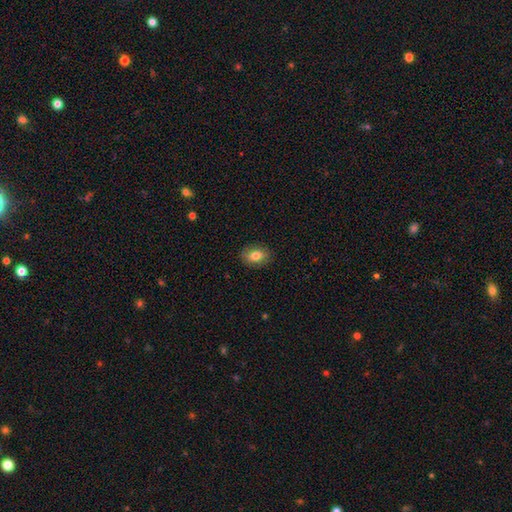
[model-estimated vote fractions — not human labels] Smooth or featured? smooth (78%)
How rounded? in between (74%)
Merging? none (87%)